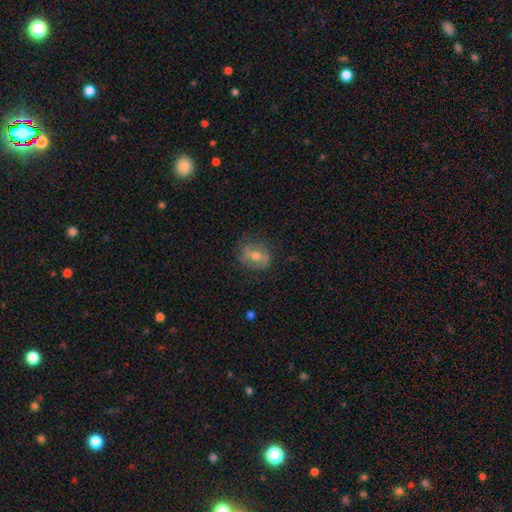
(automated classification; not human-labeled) smooth_or_featured: featured or disk (p=0.48) [alt: smooth p=0.43]
merging: none (p=0.73) [alt: minor disturbance p=0.18]